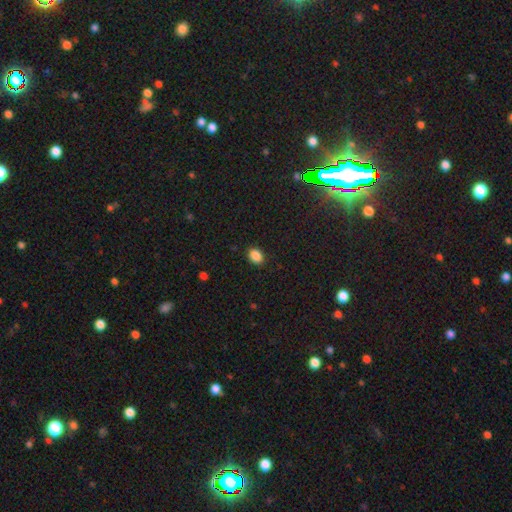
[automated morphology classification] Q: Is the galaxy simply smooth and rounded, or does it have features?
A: smooth — 87%.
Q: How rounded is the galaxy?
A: in between — 67%.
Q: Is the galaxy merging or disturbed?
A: none — 89%.